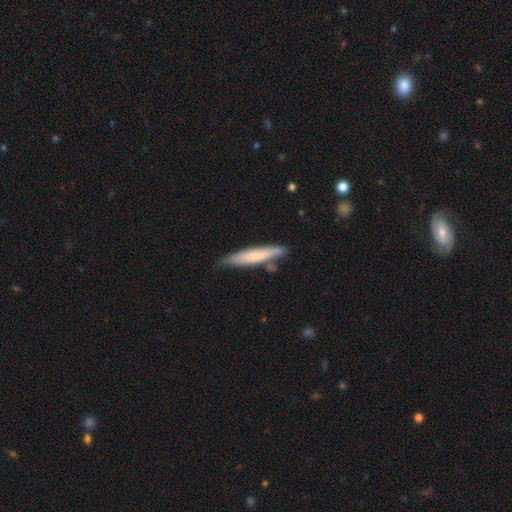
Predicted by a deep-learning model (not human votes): smooth-or-featured: smooth: 66% | featured or disk: 29% | star or artifact: 5%
  how-rounded: cigar-shaped: 90% | in between: 8% | round: 1%
  merging: none: 70% | minor disturbance: 20% | merger: 6% | major disturbance: 3%